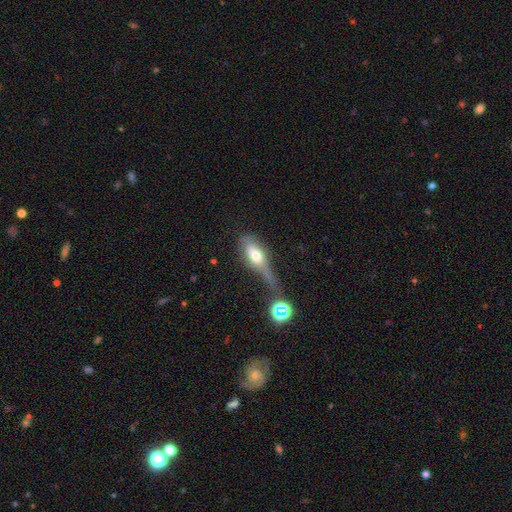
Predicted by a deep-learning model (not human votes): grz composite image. It shows a smooth galaxy with no disk features (60%) that is in between round and cigar-shaped (76%). Merging: major disturbance (32%).